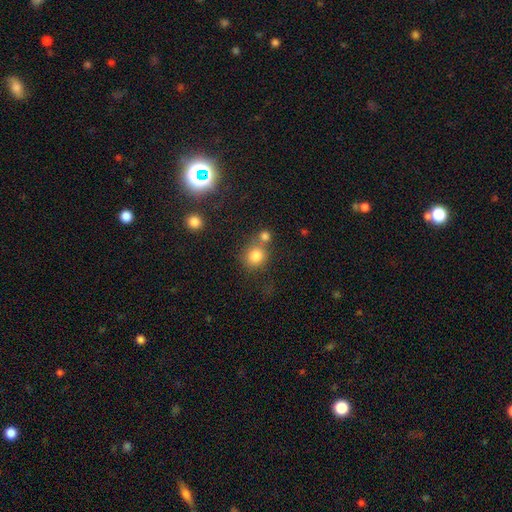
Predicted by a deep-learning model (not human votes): smooth_or_featured: smooth (p=0.82) [alt: star or artifact p=0.12]
how_rounded: round (p=0.84) [alt: in between p=0.15]
merging: none (p=0.55) [alt: merger p=0.29]